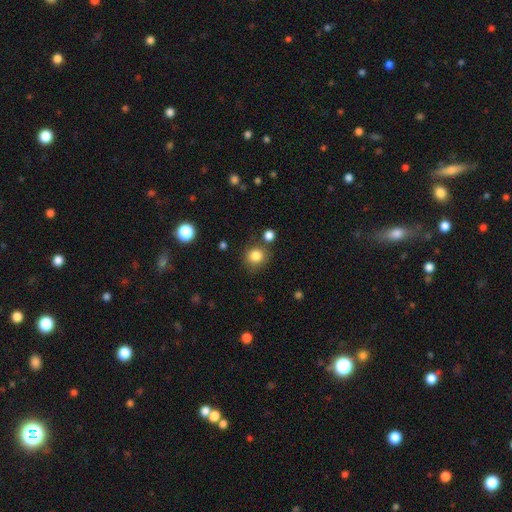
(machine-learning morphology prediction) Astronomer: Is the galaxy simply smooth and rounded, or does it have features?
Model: smooth — 84%.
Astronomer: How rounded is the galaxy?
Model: round — 87%.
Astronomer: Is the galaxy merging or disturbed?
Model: none — 77%.